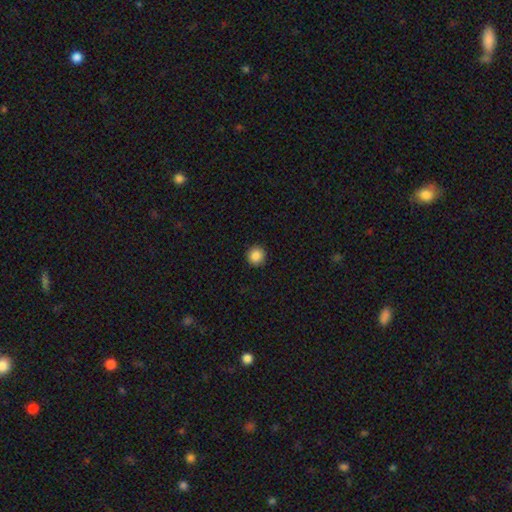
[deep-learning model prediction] smooth_or_featured: smooth (p=0.87) [alt: star or artifact p=0.09]
how_rounded: round (p=0.94) [alt: in between p=0.05]
merging: none (p=0.93) [alt: minor disturbance p=0.04]